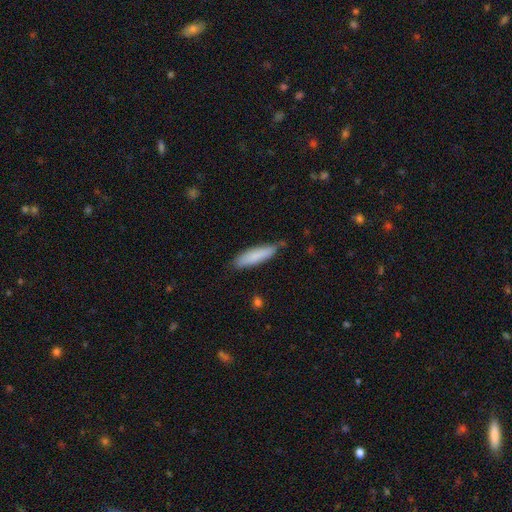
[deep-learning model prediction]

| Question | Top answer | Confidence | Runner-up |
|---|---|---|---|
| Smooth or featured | smooth | 84% | featured or disk (10%) |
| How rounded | cigar-shaped | 71% | in between (28%) |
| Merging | none | 77% | minor disturbance (18%) |